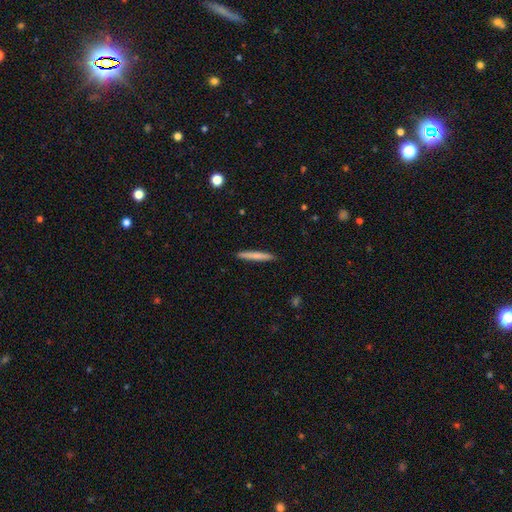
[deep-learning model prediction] smooth-or-featured: smooth: 74% | featured or disk: 21% | star or artifact: 5%
  how-rounded: cigar-shaped: 96% | in between: 3% | round: 1%
  merging: none: 91% | minor disturbance: 7% | major disturbance: 1% | merger: 1%